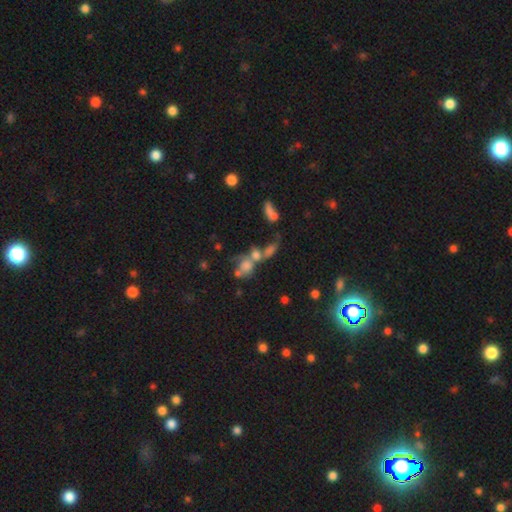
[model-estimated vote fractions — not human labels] Morphology: type=smooth (56%); roundness=in between (57%); merging=merger (61%).